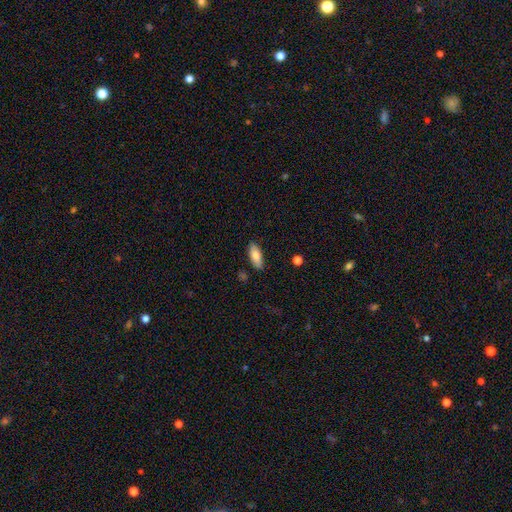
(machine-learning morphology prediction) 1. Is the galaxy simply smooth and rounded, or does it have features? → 80% smooth, 13% featured or disk, 7% star or artifact.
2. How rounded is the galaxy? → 78% in between, 19% cigar-shaped, 2% round.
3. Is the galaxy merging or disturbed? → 85% none, 11% minor disturbance, 2% major disturbance, 2% merger.